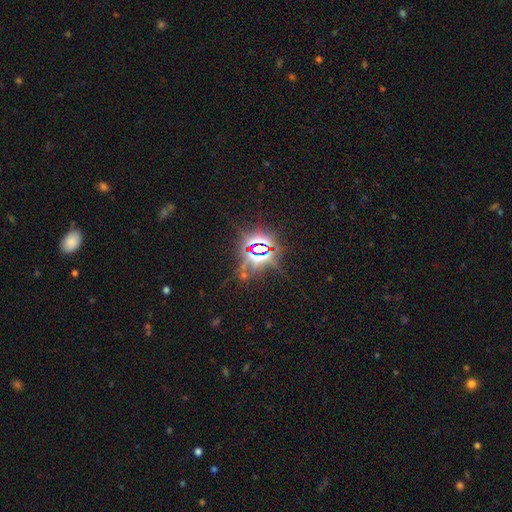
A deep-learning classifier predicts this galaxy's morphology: This is clearly a star or artifact rather than a galaxy (85%).